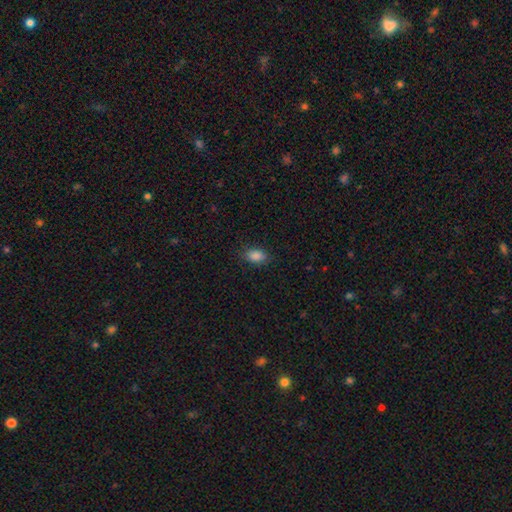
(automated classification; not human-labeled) Smooth or featured: smooth — 87% (star or artifact — 9%)
How rounded: in between — 89% (round — 9%)
Merging: none — 85% (minor disturbance — 11%)